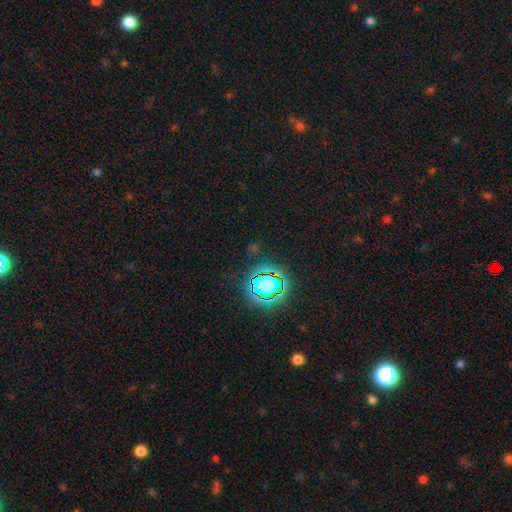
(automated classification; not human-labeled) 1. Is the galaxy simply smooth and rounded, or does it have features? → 80% star or artifact, 13% smooth, 8% featured or disk.